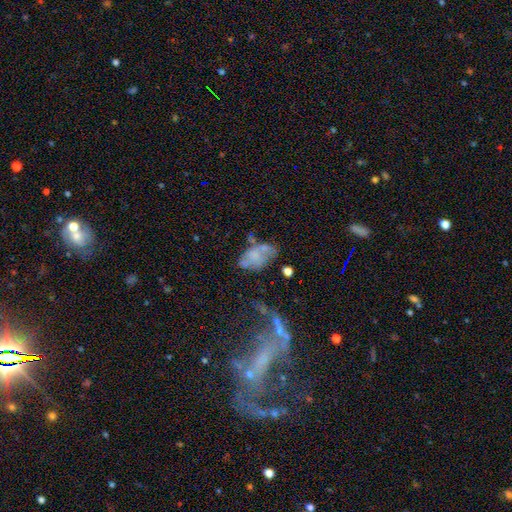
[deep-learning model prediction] Smooth or featured: smooth — 45% (featured or disk — 44%)
Merging: none — 42% (minor disturbance — 26%)